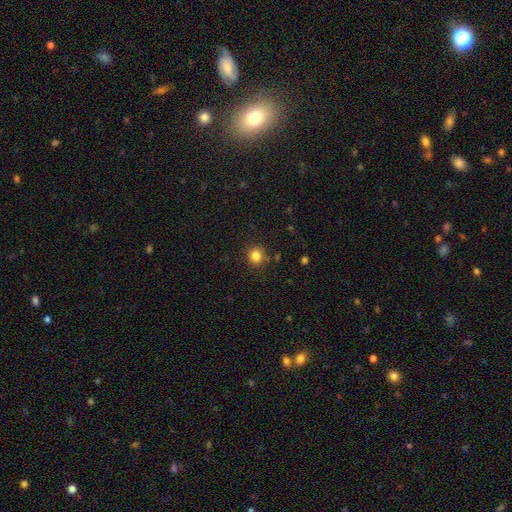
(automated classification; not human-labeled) Smooth or featured: smooth — 83% (star or artifact — 12%)
How rounded: round — 83% (in between — 16%)
Merging: none — 87% (minor disturbance — 8%)